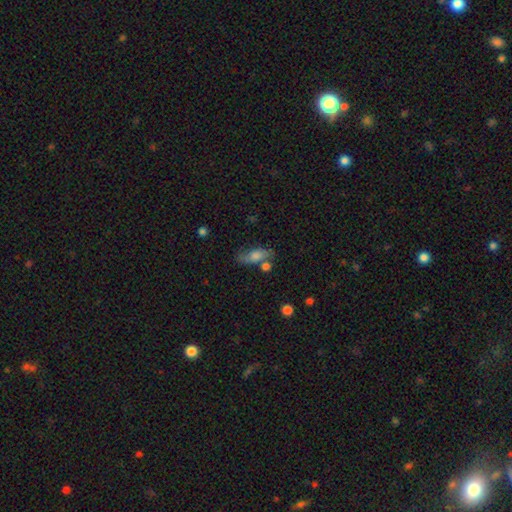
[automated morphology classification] This is likely a smooth galaxy (61%). How rounded: likely in between (74%). Merging: possibly none (57%).